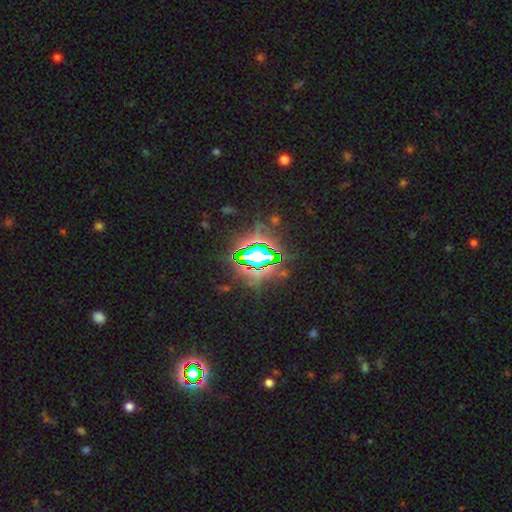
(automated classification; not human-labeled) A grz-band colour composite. It shows a star or artifact, not a galaxy (79%).